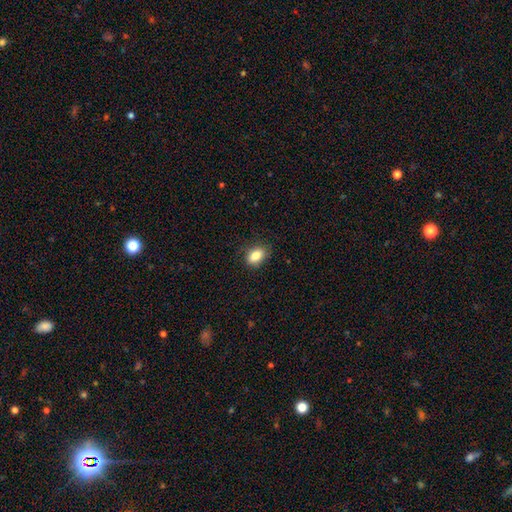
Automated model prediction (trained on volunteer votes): The model was most divided on "how rounded": in between: 81%, round: 17%, cigar-shaped: 2%. More confident: smooth or featured — smooth (83%); merging — none (83%).